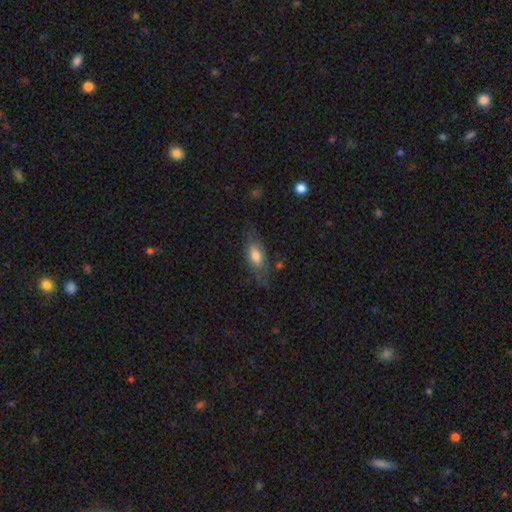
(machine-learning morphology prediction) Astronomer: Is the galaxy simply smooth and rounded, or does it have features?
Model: smooth — 66%.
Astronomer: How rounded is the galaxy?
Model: in between — 77%.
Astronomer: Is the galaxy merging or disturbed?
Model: none — 64%.